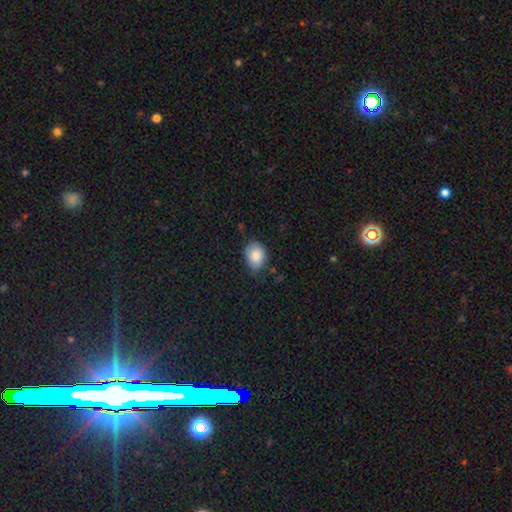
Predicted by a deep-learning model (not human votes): Smooth or featured? smooth (85%)
How rounded? in between (61%)
Merging? none (59%)